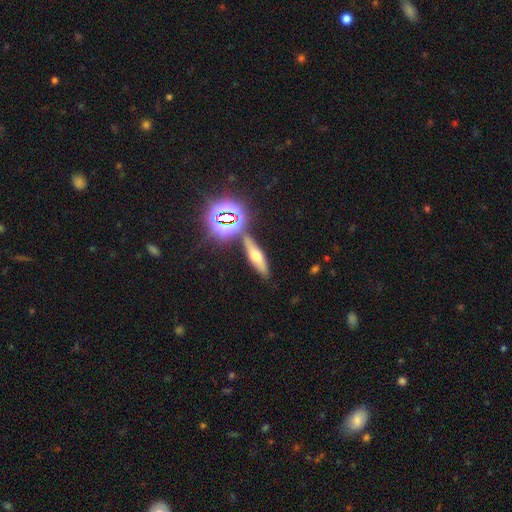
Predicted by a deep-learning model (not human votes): This is marginally a smooth galaxy (42%). Merging: clearly none (80%).